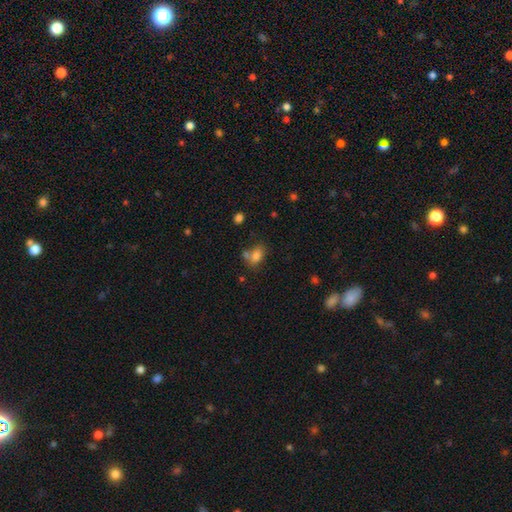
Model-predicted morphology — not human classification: Smooth or featured? smooth (79%)
How rounded? in between (81%)
Merging? none (49%)